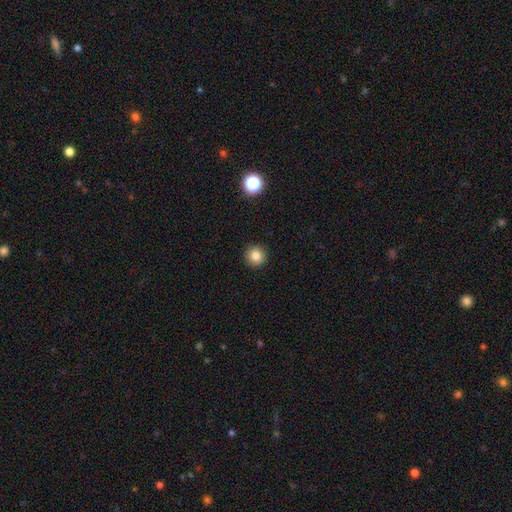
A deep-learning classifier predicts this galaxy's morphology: smooth_or_featured: smooth (p=0.83) [alt: star or artifact p=0.12]
how_rounded: round (p=0.95) [alt: in between p=0.04]
merging: none (p=0.93) [alt: minor disturbance p=0.05]